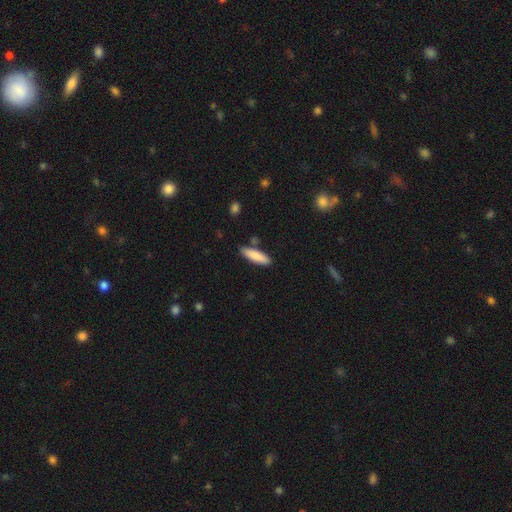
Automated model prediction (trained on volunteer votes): smooth-or-featured: smooth: 84% | featured or disk: 10% | star or artifact: 6%
  how-rounded: cigar-shaped: 64% | in between: 35% | round: 2%
  merging: none: 83% | minor disturbance: 11% | merger: 4% | major disturbance: 2%